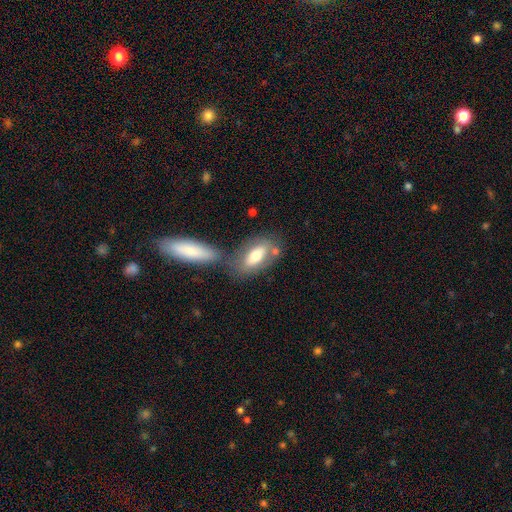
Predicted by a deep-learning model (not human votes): Smooth or featured? Predicted: smooth (p=0.67). How rounded? Predicted: in between (p=0.83). Merging? Predicted: none (p=0.50).